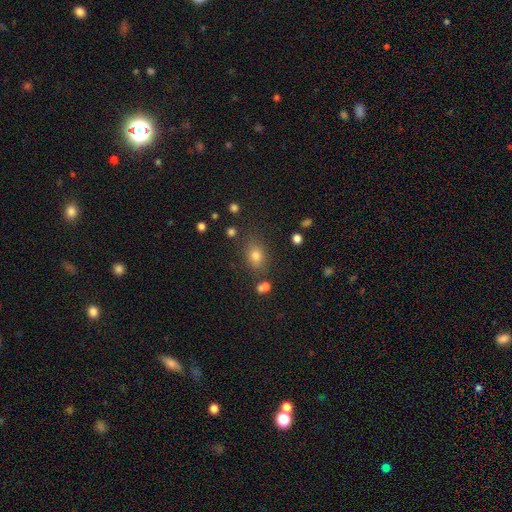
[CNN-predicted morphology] smooth_or_featured: smooth (p=0.75) [alt: star or artifact p=0.15]
how_rounded: in between (p=0.62) [alt: round p=0.36]
merging: none (p=0.75) [alt: minor disturbance p=0.14]